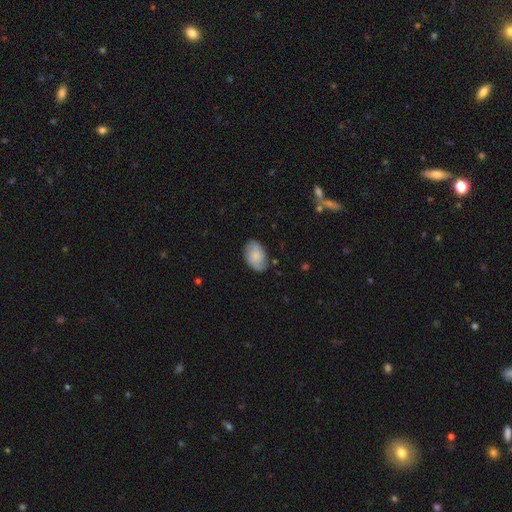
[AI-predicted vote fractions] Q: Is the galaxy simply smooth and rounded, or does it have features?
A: smooth — 58%.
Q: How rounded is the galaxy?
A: in between — 85%.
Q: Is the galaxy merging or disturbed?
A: none — 72%.